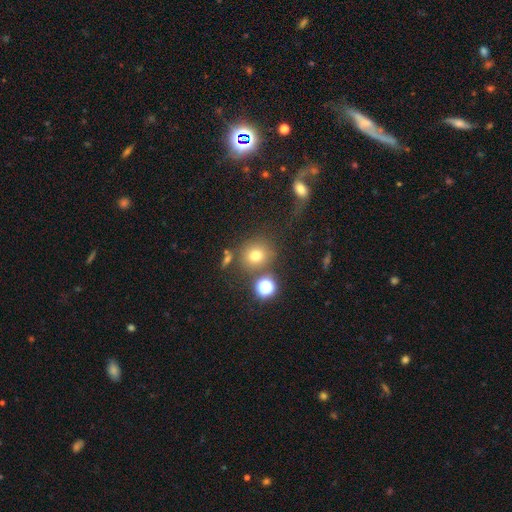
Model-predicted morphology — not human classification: This appears to be a smooth galaxy with no disk features (70%) that is round (85%). Merging: none (73%).